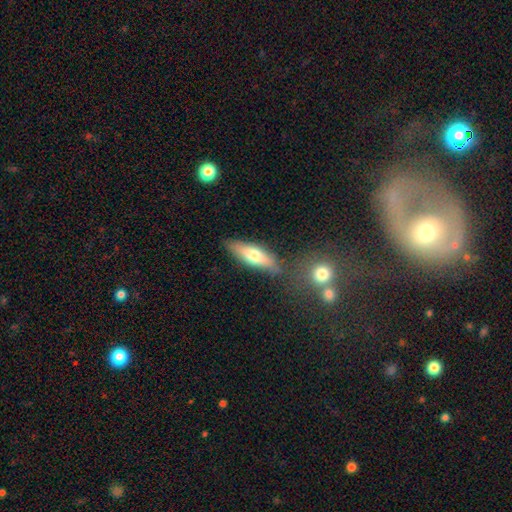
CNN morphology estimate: A smooth galaxy with no disk features (62%) that is cigar-shaped (51%). Merging: none (74%).